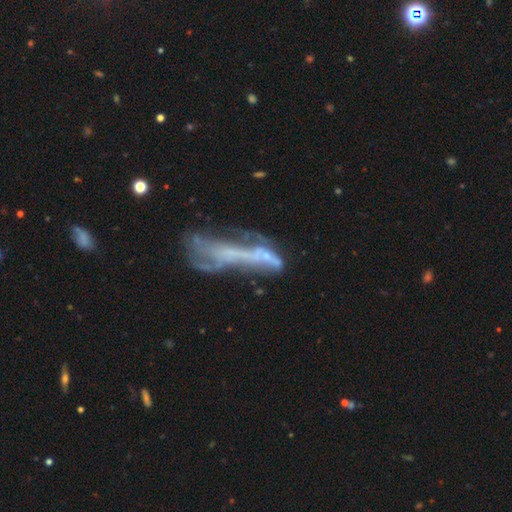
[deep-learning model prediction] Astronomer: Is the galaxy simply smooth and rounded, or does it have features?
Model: featured or disk — 59%.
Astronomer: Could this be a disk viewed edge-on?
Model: no — 81%.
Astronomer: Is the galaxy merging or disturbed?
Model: major disturbance — 35% (runner-up: merger, 30%).